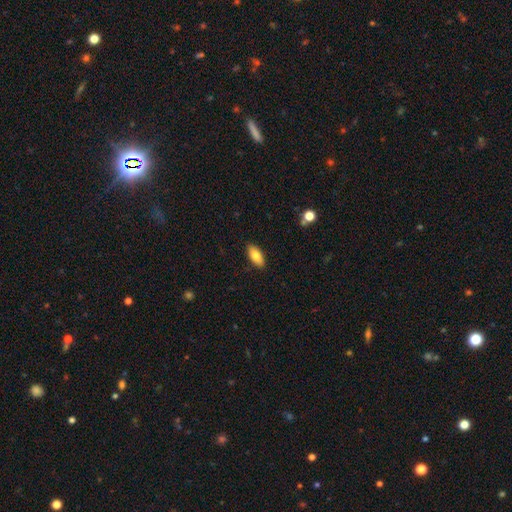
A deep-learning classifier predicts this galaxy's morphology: Q: Smooth or featured?
A: smooth (78%); runner-up: featured or disk (15%)
Q: How rounded?
A: in between (84%); runner-up: cigar-shaped (14%)
Q: Merging?
A: none (89%); runner-up: minor disturbance (8%)